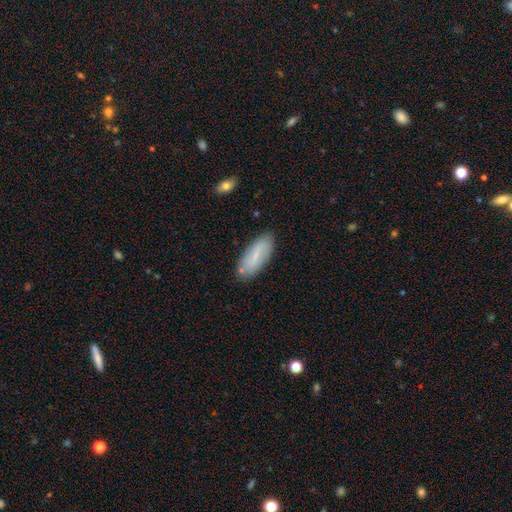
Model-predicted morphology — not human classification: smooth 69%, featured or disk 25%, star or artifact 7%. Down the decision tree: how rounded — in between (73%); merging — none (81%).